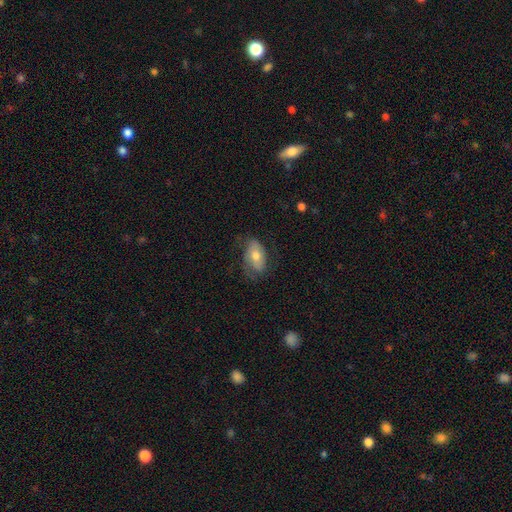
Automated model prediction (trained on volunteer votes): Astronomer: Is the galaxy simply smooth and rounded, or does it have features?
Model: smooth — 56% (runner-up: featured or disk, 36%).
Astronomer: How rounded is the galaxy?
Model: in between — 89%.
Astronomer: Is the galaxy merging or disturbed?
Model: none — 61%.